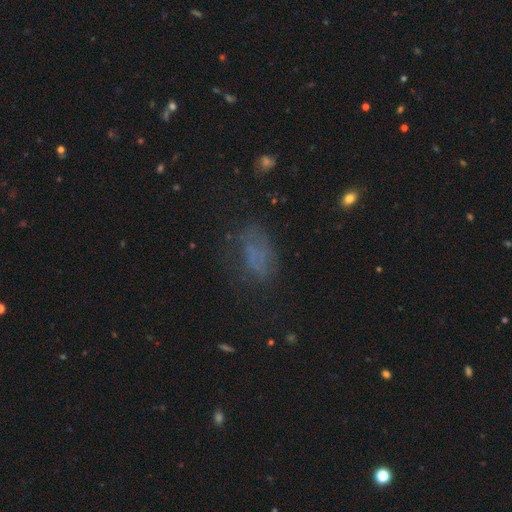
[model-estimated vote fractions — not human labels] This appears to be a smooth galaxy with no disk features (54%) that is in between round and cigar-shaped (86%). Merging: none (52%).